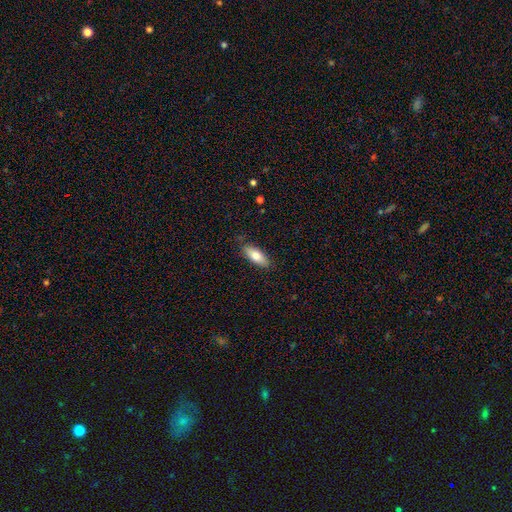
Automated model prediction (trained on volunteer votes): smooth_or_featured: smooth (p=0.79) [alt: featured or disk p=0.15]
how_rounded: in between (p=0.75) [alt: cigar-shaped p=0.23]
merging: none (p=0.84) [alt: minor disturbance p=0.13]